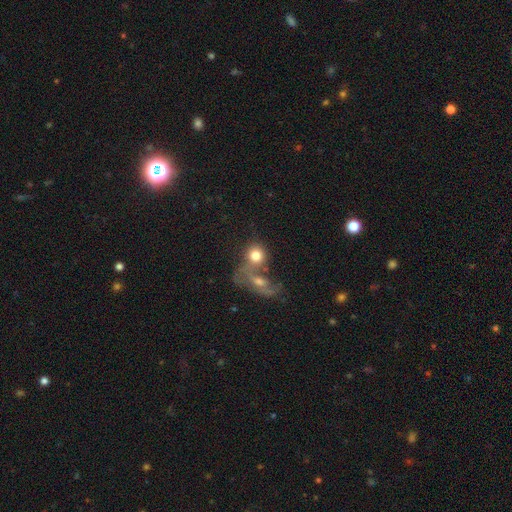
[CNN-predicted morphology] smooth-or-featured: smooth: 70% | featured or disk: 20% | star or artifact: 10%
  how-rounded: round: 73% | in between: 25% | cigar-shaped: 2%
  merging: merger: 53% | none: 26% | major disturbance: 11% | minor disturbance: 10%